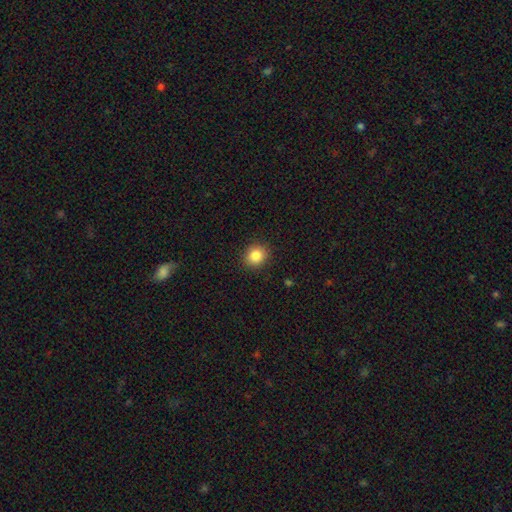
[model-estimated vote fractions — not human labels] Smooth or featured? Predicted: smooth (p=0.85). How rounded? Predicted: round (p=0.80). Merging? Predicted: none (p=0.90).